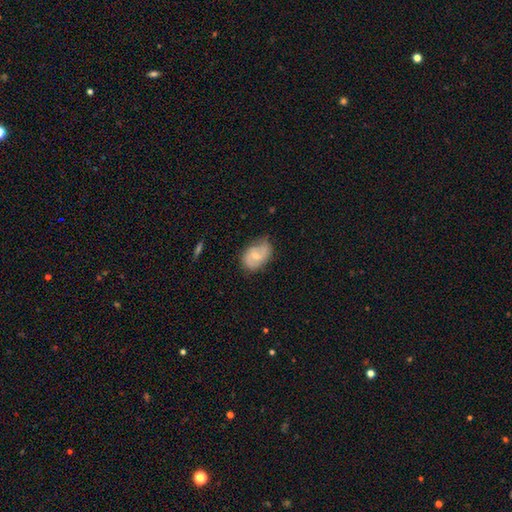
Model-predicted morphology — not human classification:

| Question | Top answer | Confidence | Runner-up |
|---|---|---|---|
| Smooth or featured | featured or disk | 55% | smooth (39%) |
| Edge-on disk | no | 96% | yes (4%) |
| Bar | no | 52% | weak (40%) |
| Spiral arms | yes | 78% | no (22%) |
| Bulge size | moderate | 51% | small (45%) |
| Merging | none | 63% | minor disturbance (29%) |